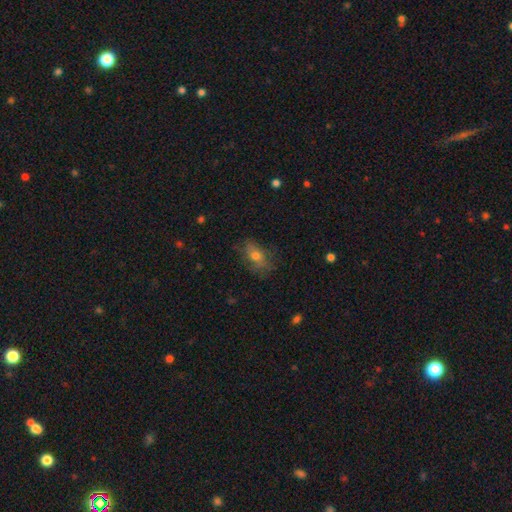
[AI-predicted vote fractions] A smooth galaxy with no disk features (58%) that is in between round and cigar-shaped (79%).

Vote fractions:
- Smooth or featured? smooth: 58% / featured or disk: 31% / star or artifact: 12%
- How rounded? in between: 79% / round: 17% / cigar-shaped: 5%
- Merging? none: 64% / minor disturbance: 24% / major disturbance: 11% / merger: 2%